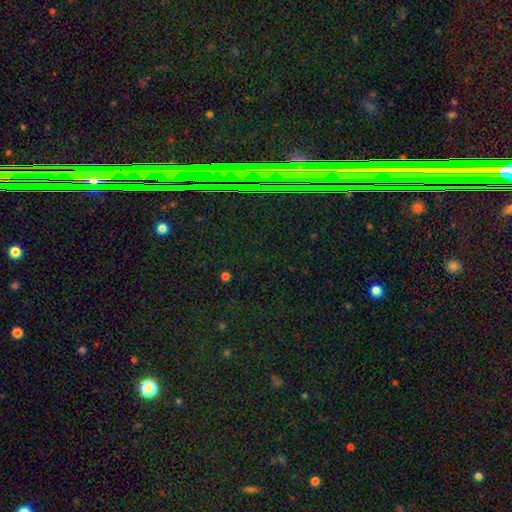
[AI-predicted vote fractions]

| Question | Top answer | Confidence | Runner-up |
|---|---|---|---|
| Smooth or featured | star or artifact | 81% | smooth (10%) |